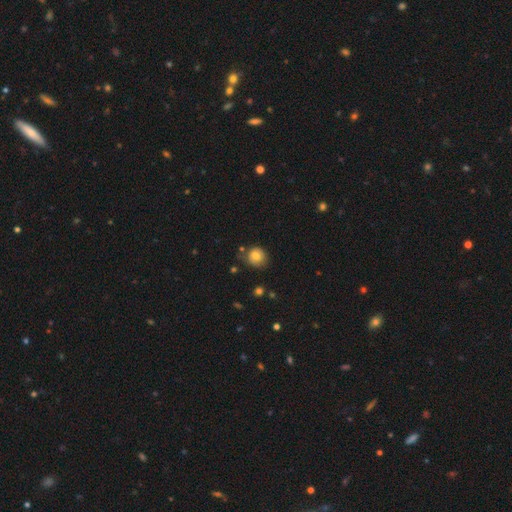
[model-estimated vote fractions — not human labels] Smooth or featured? smooth (78%)
How rounded? round (83%)
Merging? none (73%)